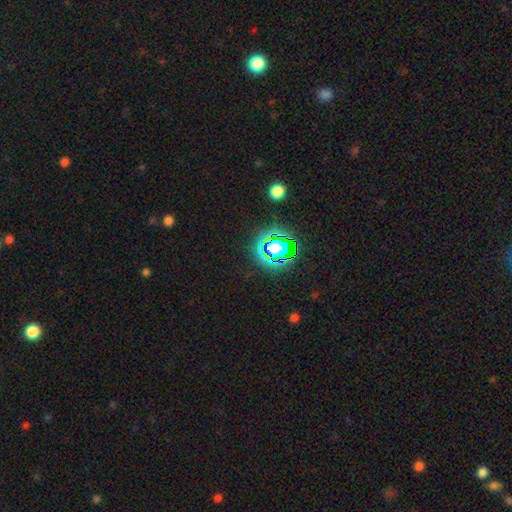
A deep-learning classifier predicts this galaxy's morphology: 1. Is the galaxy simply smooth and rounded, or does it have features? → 77% star or artifact, 15% smooth, 7% featured or disk.